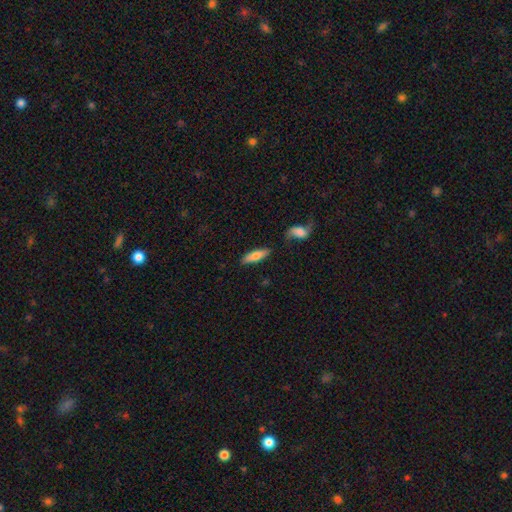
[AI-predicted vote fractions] Q: Smooth or featured?
A: smooth (69%); runner-up: featured or disk (25%)
Q: How rounded?
A: cigar-shaped (53%); runner-up: in between (45%)
Q: Merging?
A: none (79%); runner-up: minor disturbance (12%)